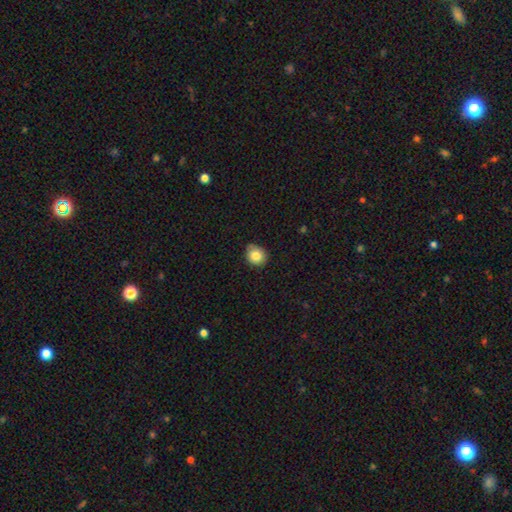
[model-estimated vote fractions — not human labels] Smooth or featured? Predicted: smooth (p=0.83). How rounded? Predicted: round (p=0.77). Merging? Predicted: none (p=0.74).